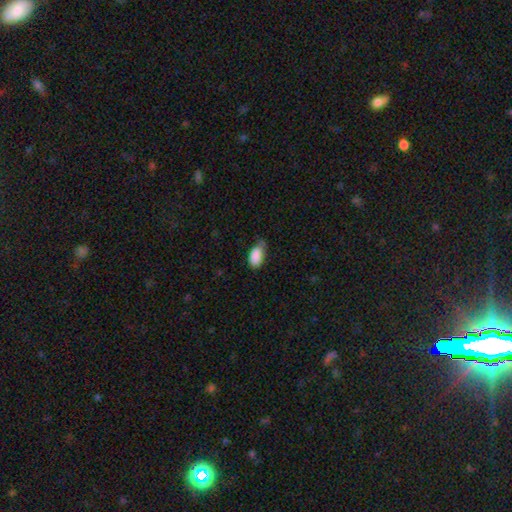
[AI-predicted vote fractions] Smooth or featured: smooth — 87% (star or artifact — 7%)
How rounded: in between — 94% (round — 3%)
Merging: none — 51% (minor disturbance — 38%)